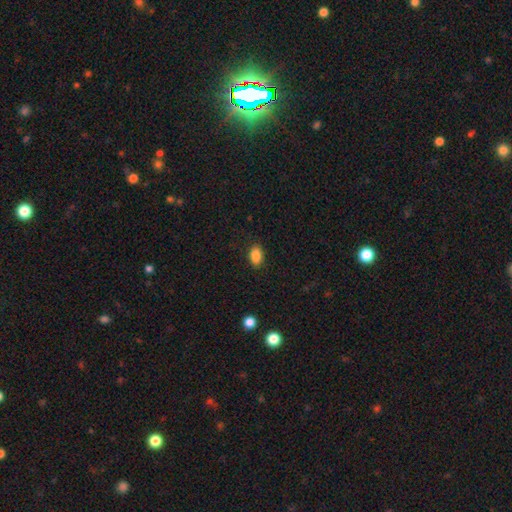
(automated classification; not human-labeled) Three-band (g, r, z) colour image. It shows a smooth galaxy with no disk features (87%) that is in between round and cigar-shaped (85%). Merging: none (87%).